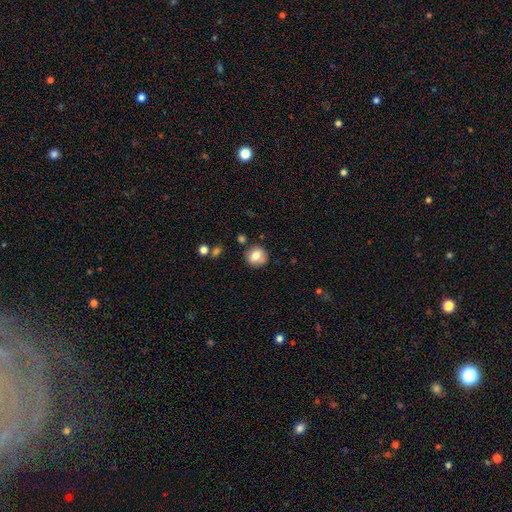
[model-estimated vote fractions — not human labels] This appears to be a smooth galaxy with no disk features (77%) that is round (87%). Merging: none (79%).